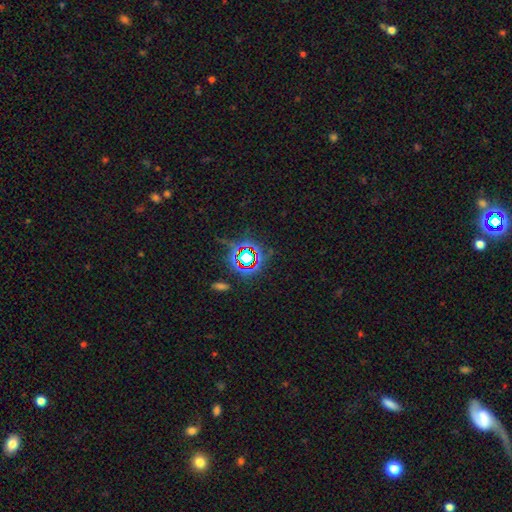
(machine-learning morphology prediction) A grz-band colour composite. It shows a star or artifact, not a galaxy (77%).